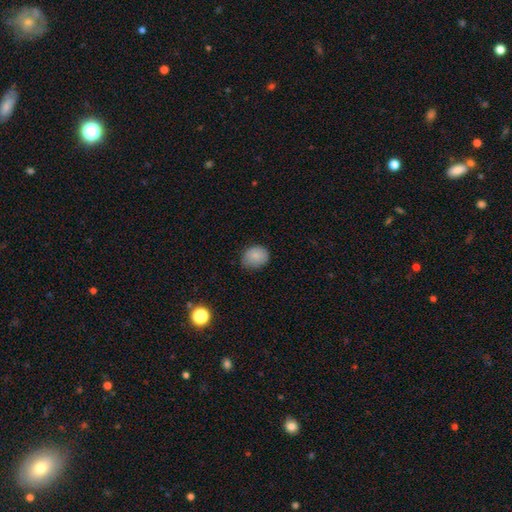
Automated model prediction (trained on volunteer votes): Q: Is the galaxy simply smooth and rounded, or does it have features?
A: smooth — 84%.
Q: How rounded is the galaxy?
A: round — 53%.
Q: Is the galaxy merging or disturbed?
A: none — 71%.